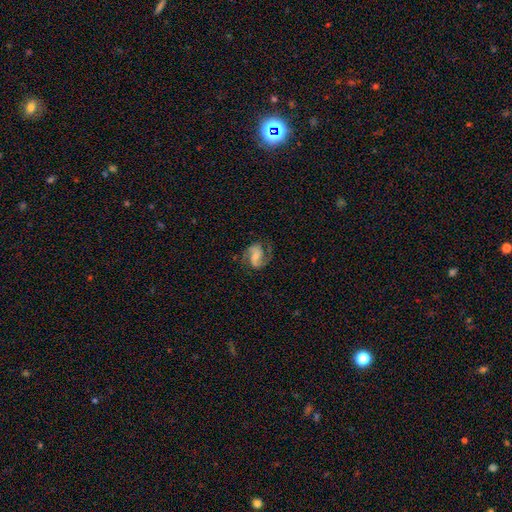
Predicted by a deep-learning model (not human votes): Q: Smooth or featured?
A: featured or disk (86%); runner-up: smooth (8%)
Q: Edge-on disk?
A: no (98%); runner-up: yes (2%)
Q: Bar?
A: weak (45%); runner-up: no (37%)
Q: Spiral arms?
A: yes (97%); runner-up: no (3%)
Q: Spiral winding?
A: medium (55%); runner-up: loose (29%)
Q: Spiral arm count?
A: 2 (92%); runner-up: 1 (2%)
Q: Bulge size?
A: small (44%); runner-up: moderate (34%)
Q: Merging?
A: none (74%); runner-up: minor disturbance (16%)